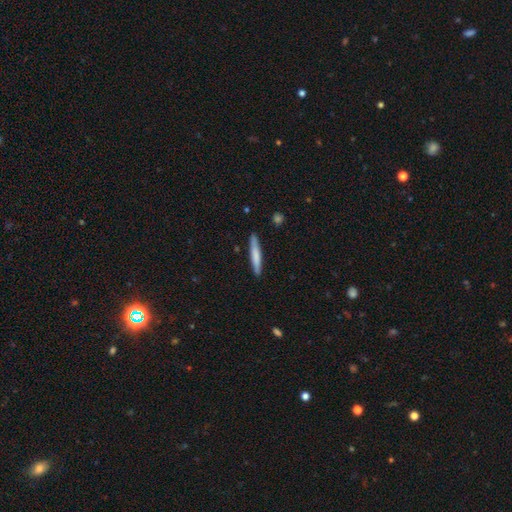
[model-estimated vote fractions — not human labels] This is likely a smooth galaxy (71%). How rounded: clearly cigar-shaped (93%). Merging: clearly none (88%).